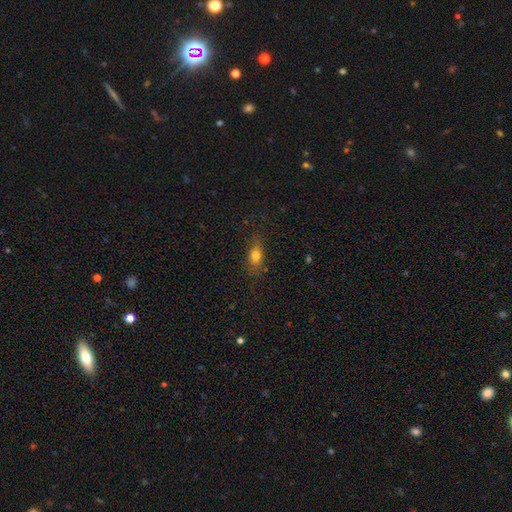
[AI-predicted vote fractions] Overall: smooth (76%). How rounded: in between (72%). Merging: none (77%).